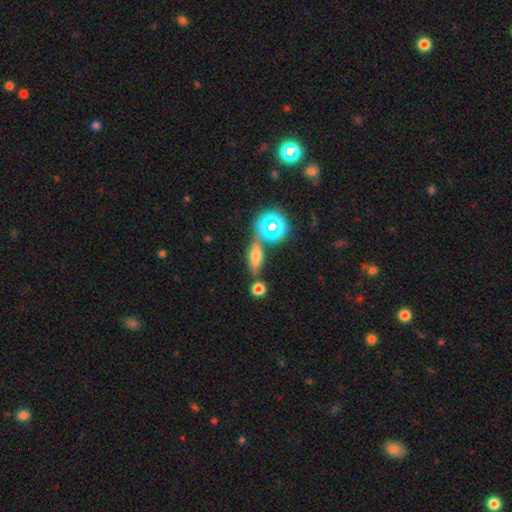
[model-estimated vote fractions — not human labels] Morphology: type=smooth (47%); merging=none (71%).